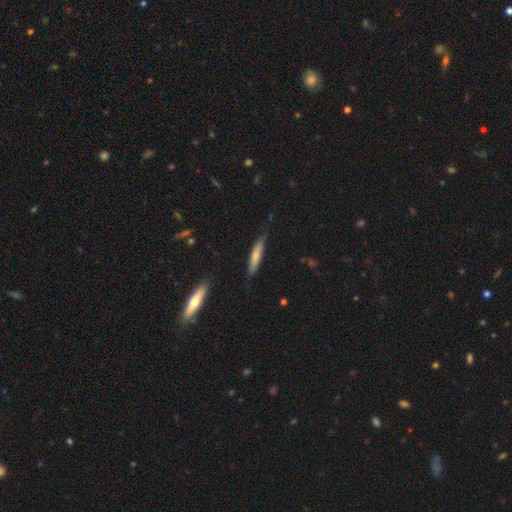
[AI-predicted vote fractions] smooth-or-featured: smooth: 64% | featured or disk: 30% | star or artifact: 6%
  how-rounded: cigar-shaped: 87% | in between: 12% | round: 1%
  merging: none: 76% | minor disturbance: 19% | major disturbance: 3% | merger: 2%